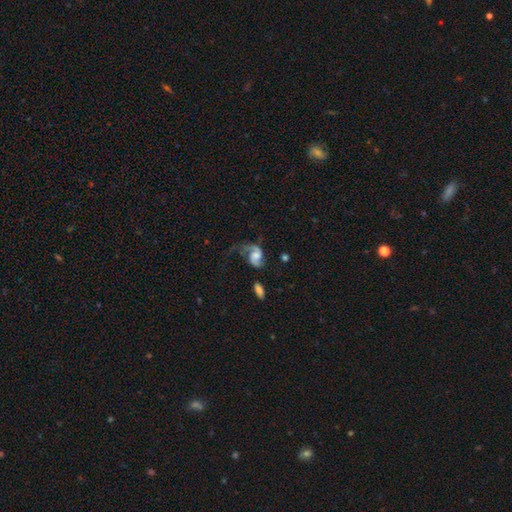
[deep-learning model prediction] This appears to be a featured or disk galaxy (78%) with no bar (58%), 2 (74%) loose (53%) spiral arms (93%) and a moderate central bulge (44%). Merging: none (37%, tied with major disturbance).